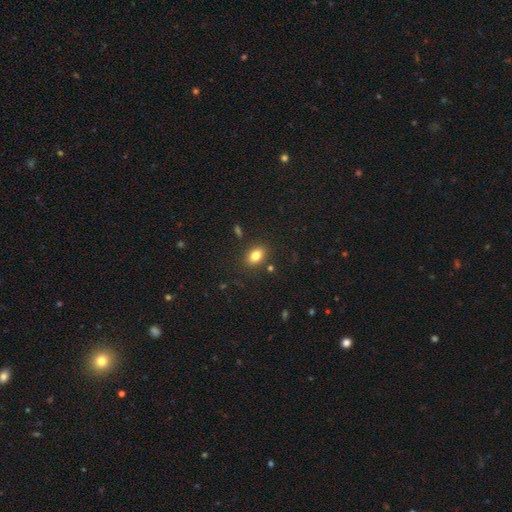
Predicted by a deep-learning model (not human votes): The model was most divided on "how rounded": in between: 78%, round: 21%, cigar-shaped: 1%. More confident: merging — none (84%); smooth or featured — smooth (81%).